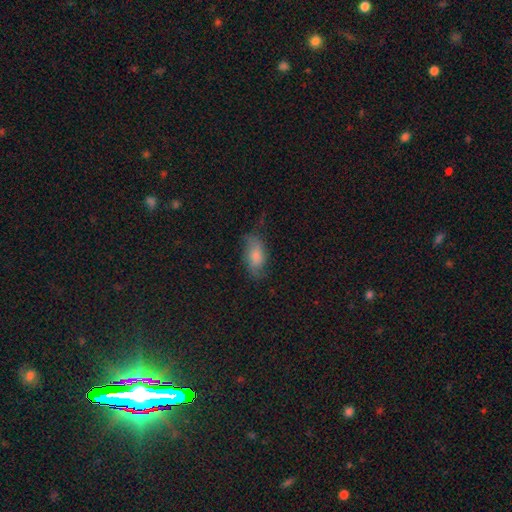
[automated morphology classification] Smooth or featured: smooth — 63% (featured or disk — 28%)
How rounded: in between — 89% (cigar-shaped — 6%)
Merging: none — 58% (minor disturbance — 27%)